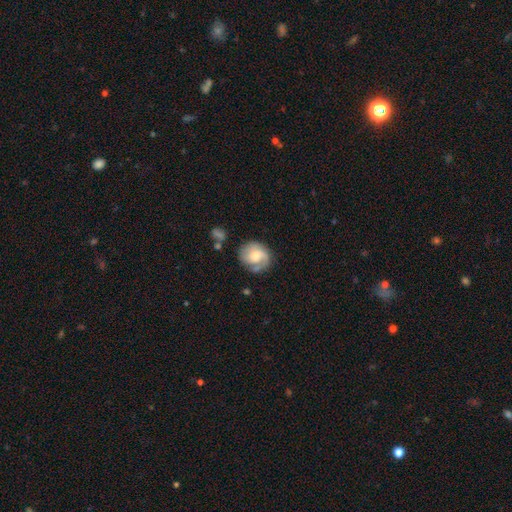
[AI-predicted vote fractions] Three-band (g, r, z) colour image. It shows a featured or disk galaxy (54%) with no bar (66%), spiral arms (84%) and a moderate central bulge (55%). Merging: none (63%).